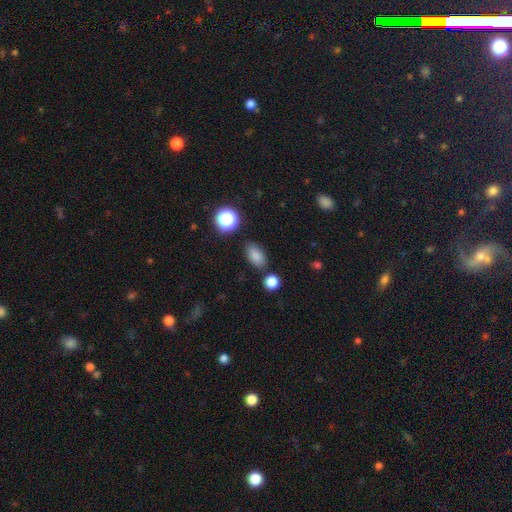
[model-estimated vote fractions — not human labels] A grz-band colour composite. It shows a smooth galaxy with no disk features (83%) that is in between round and cigar-shaped (87%). Merging: none (82%).